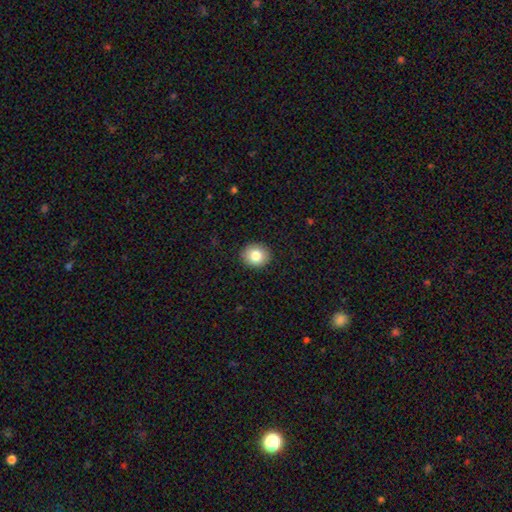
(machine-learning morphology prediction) Smooth or featured? Predicted: smooth (p=0.83). How rounded? Predicted: round (p=0.75). Merging? Predicted: none (p=0.91).